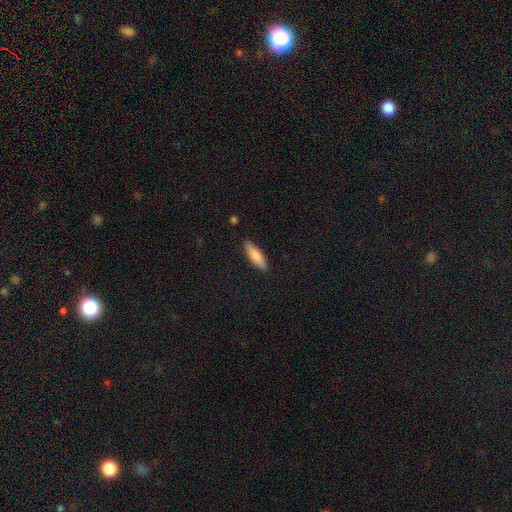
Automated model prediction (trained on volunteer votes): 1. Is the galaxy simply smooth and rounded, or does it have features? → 78% smooth, 16% featured or disk, 6% star or artifact.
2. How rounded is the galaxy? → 56% cigar-shaped, 42% in between, 2% round.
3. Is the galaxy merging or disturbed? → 88% none, 9% minor disturbance, 2% major disturbance, 1% merger.